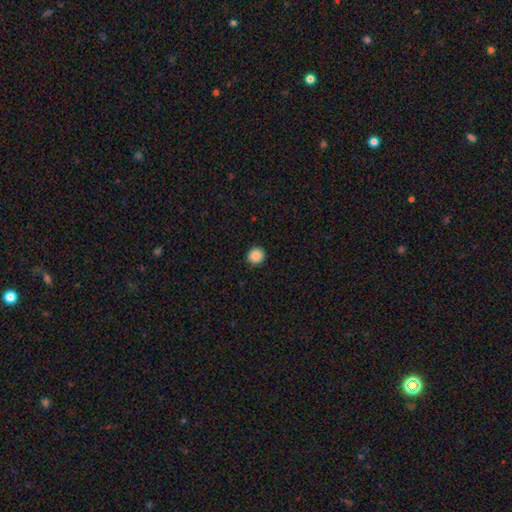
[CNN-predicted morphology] This is clearly a smooth galaxy (88%). How rounded: clearly round (93%). Merging: clearly none (92%).